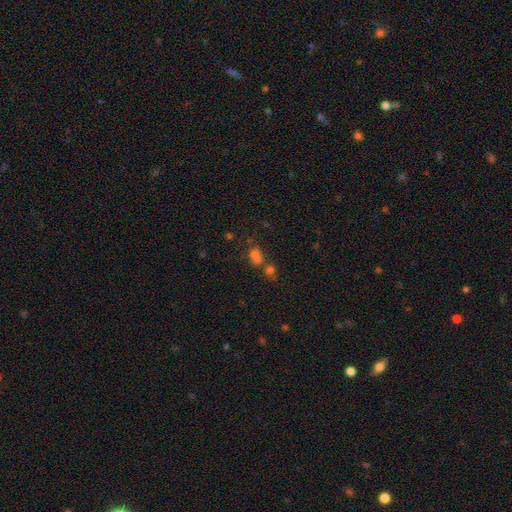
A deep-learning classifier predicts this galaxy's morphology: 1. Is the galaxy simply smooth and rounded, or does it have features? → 57% smooth, 33% star or artifact, 10% featured or disk.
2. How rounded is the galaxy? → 56% in between, 40% round, 3% cigar-shaped.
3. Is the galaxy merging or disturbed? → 44% none, 37% merger, 12% minor disturbance, 8% major disturbance.